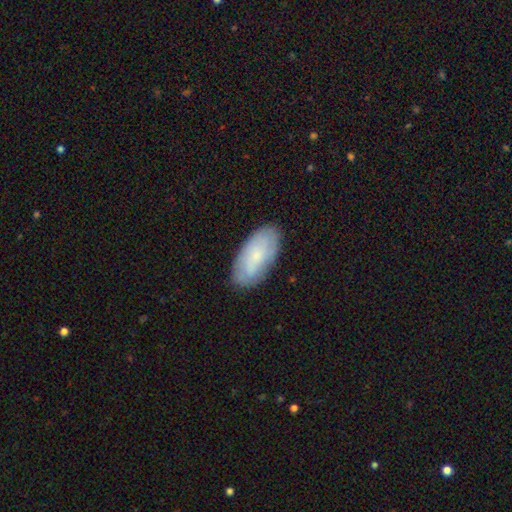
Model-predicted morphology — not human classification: This appears to be a smooth galaxy with no disk features (65%) that is in between round and cigar-shaped (93%). Merging: none (83%).